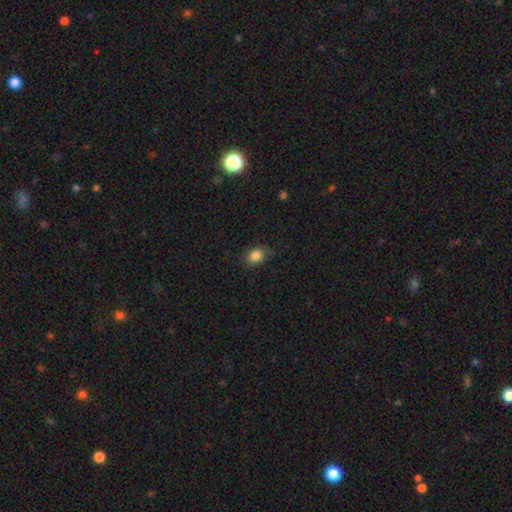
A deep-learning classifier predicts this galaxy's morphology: Smooth or featured? Predicted: smooth (p=0.85). How rounded? Predicted: in between (p=0.55). Merging? Predicted: none (p=0.77).